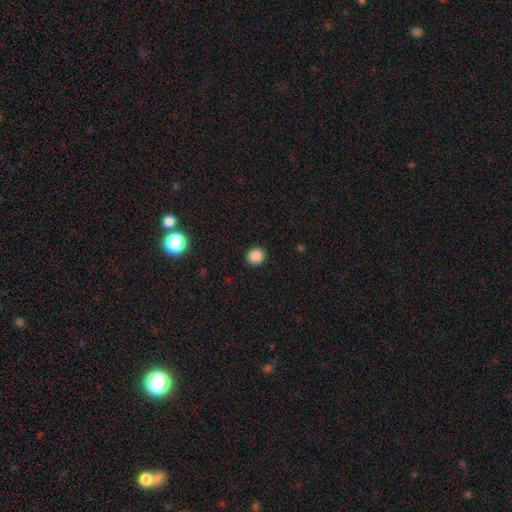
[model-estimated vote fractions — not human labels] Q: Smooth or featured?
A: smooth (87%); runner-up: star or artifact (11%)
Q: How rounded?
A: round (91%); runner-up: in between (8%)
Q: Merging?
A: none (92%); runner-up: minor disturbance (6%)